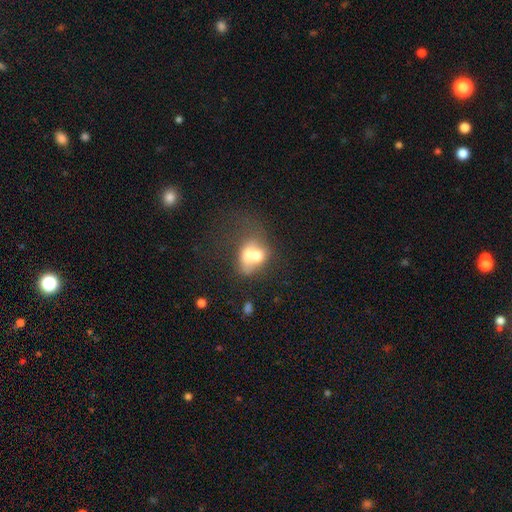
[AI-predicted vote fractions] Morphology: type=smooth (58%); roundness=in between (55%); merging=merger (61%).